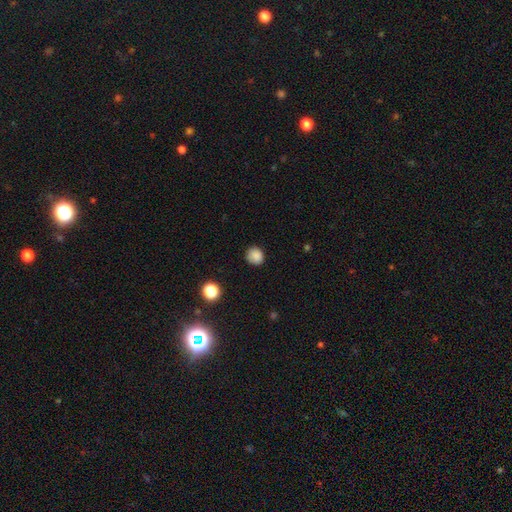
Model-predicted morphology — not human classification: Smooth or featured? smooth (85%)
How rounded? round (78%)
Merging? none (82%)